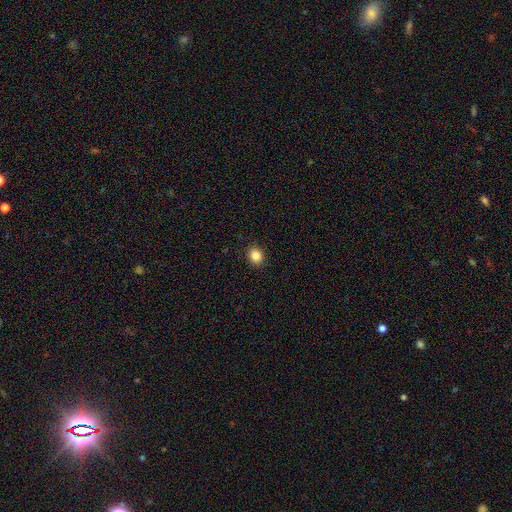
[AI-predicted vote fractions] Morphology: type=smooth (85%); roundness=round (62%); merging=none (91%).